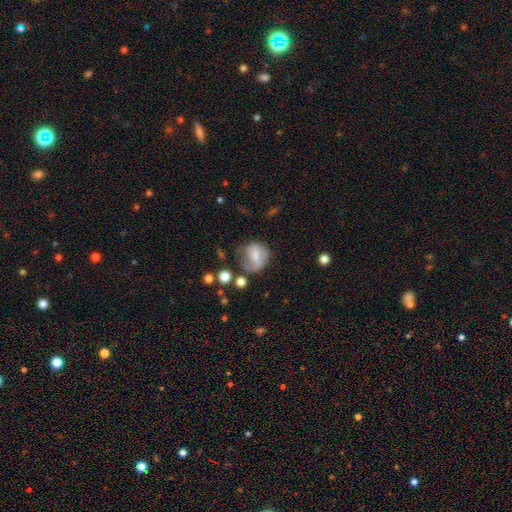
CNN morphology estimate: A smooth galaxy with no disk features (55%) that is round (68%). Merging: none (45%).